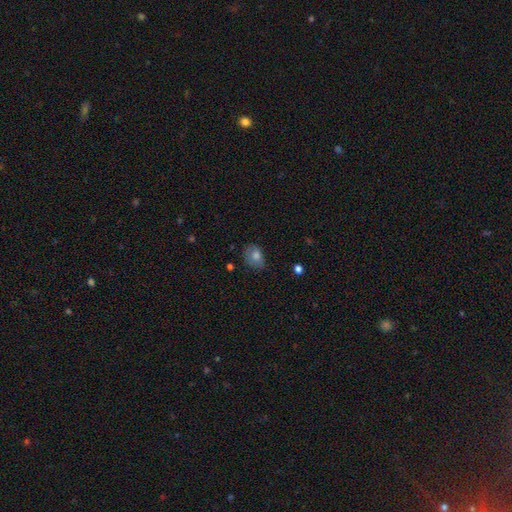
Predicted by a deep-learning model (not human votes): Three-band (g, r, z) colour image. It shows a smooth galaxy with no disk features (76%) that is in between round and cigar-shaped (69%). Merging: none (64%).